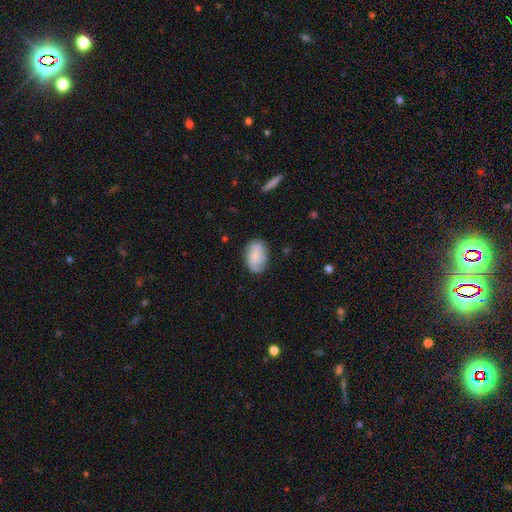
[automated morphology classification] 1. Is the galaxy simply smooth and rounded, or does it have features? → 57% smooth, 36% featured or disk, 7% star or artifact.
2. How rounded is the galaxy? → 87% in between, 11% round, 2% cigar-shaped.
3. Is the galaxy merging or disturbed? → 73% none, 20% minor disturbance, 5% major disturbance, 2% merger.